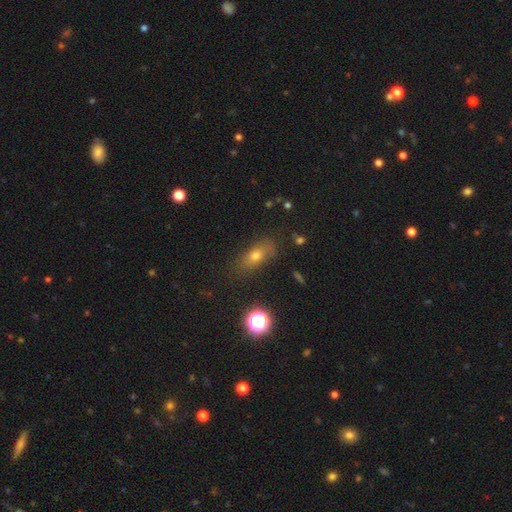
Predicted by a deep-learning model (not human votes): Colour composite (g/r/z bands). It shows a smooth galaxy with no disk features (64%) that is in between round and cigar-shaped (66%). Merging: none (77%).